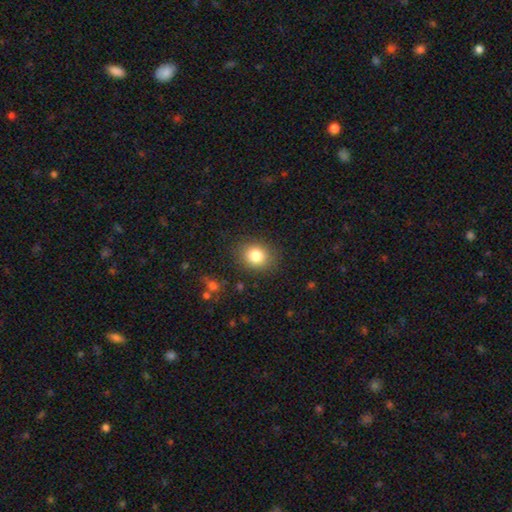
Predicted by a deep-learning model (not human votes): The model was most divided on "how rounded": round: 73%, in between: 26%, cigar-shaped: 1%. More confident: merging — none (87%); smooth or featured — smooth (83%).